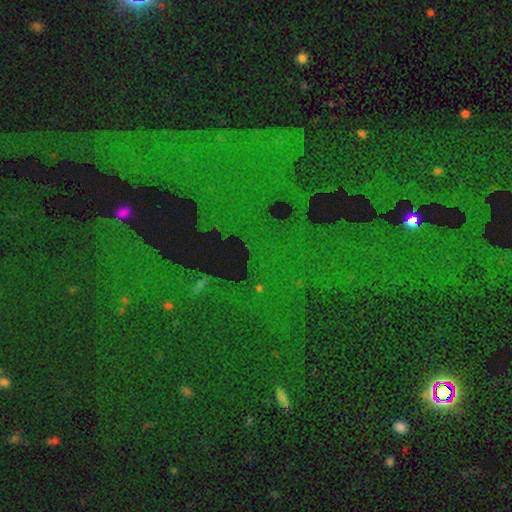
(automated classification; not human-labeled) This is clearly a star or artifact rather than a galaxy (82%).